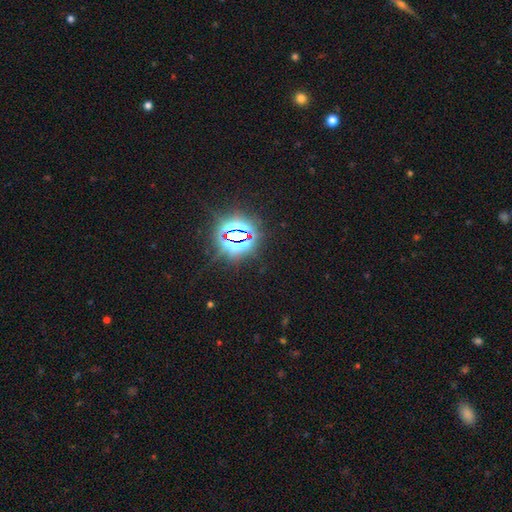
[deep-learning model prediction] smooth-or-featured: star or artifact: 83% | smooth: 11% | featured or disk: 7%